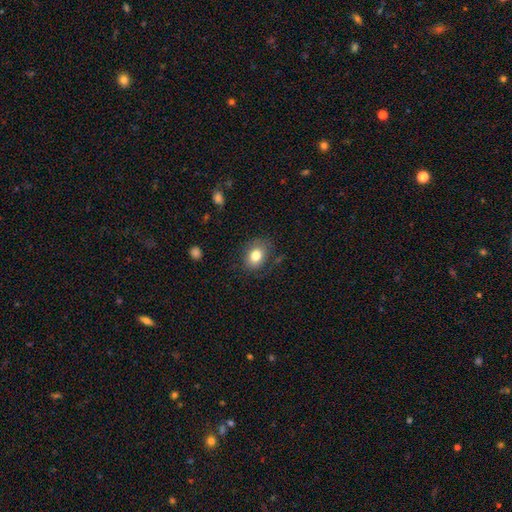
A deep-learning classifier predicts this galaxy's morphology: type=smooth (80%); roundness=in between (58%); merging=none (78%).